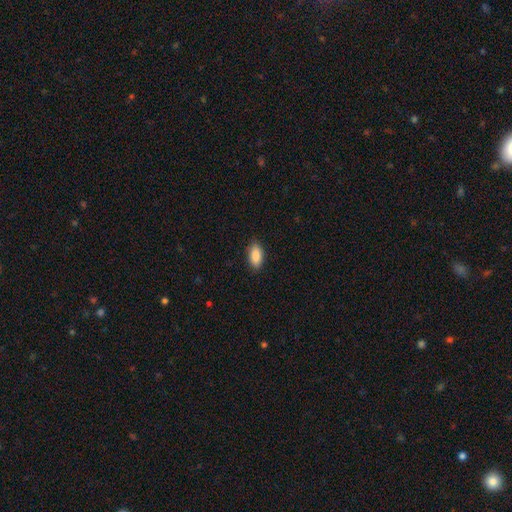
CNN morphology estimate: smooth-or-featured: smooth: 89% | star or artifact: 7% | featured or disk: 4%
  how-rounded: in between: 91% | cigar-shaped: 6% | round: 3%
  merging: none: 87% | minor disturbance: 10% | major disturbance: 2% | merger: 1%